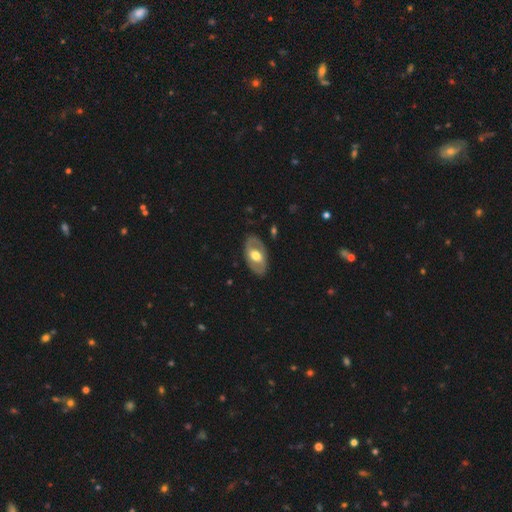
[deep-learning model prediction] This is likely a featured or disk galaxy (61%). It is clearly not viewed edge-on (90%). Bar: possibly no (50%). Spiral arm pattern: likely no (62%). Central bulge: likely moderate (68%). Merging: clearly none (82%).